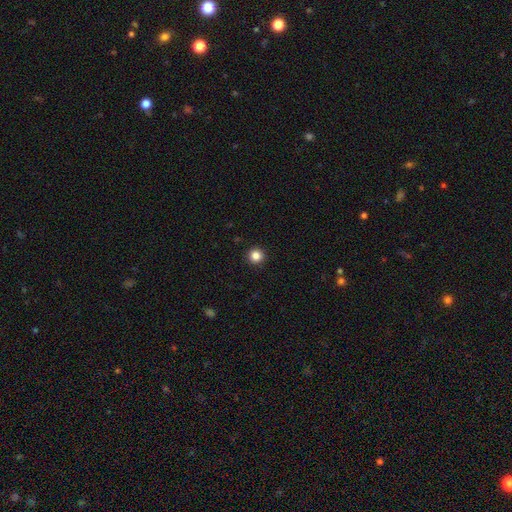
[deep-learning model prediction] A smooth galaxy with no disk features (85%) that is round (96%).

Vote fractions:
- Smooth or featured? smooth: 85% / star or artifact: 12% / featured or disk: 4%
- How rounded? round: 96% / in between: 3% / cigar-shaped: 1%
- Merging? none: 94% / minor disturbance: 4% / major disturbance: 1% / merger: 1%